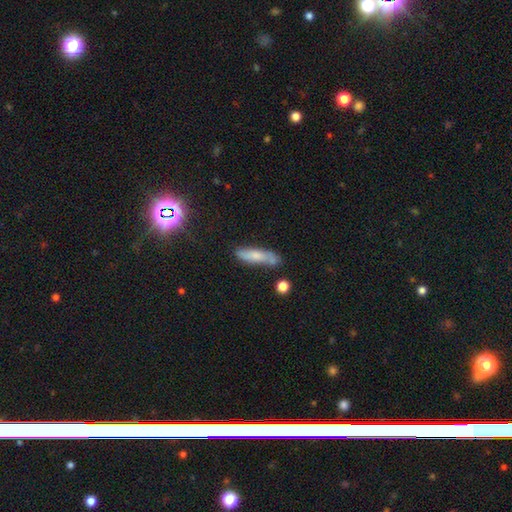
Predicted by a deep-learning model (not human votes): A smooth galaxy with no disk features (62%) that is cigar-shaped (69%). Merging: none (65%).